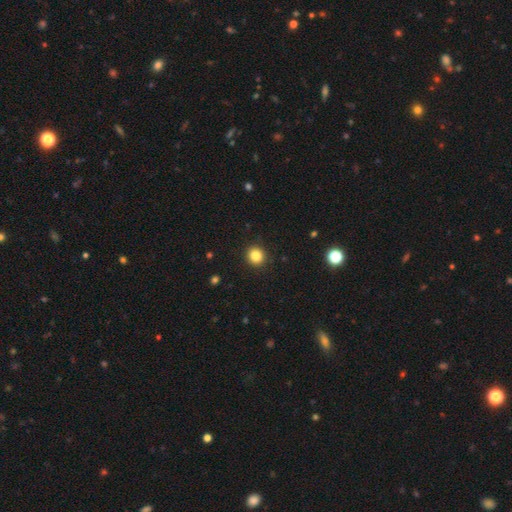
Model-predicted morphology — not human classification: A smooth galaxy with no disk features (85%) that is round (91%).

Vote fractions:
- Smooth or featured? smooth: 85% / star or artifact: 11% / featured or disk: 4%
- How rounded? round: 91% / in between: 9% / cigar-shaped: 1%
- Merging? none: 92% / minor disturbance: 5% / major disturbance: 2% / merger: 1%